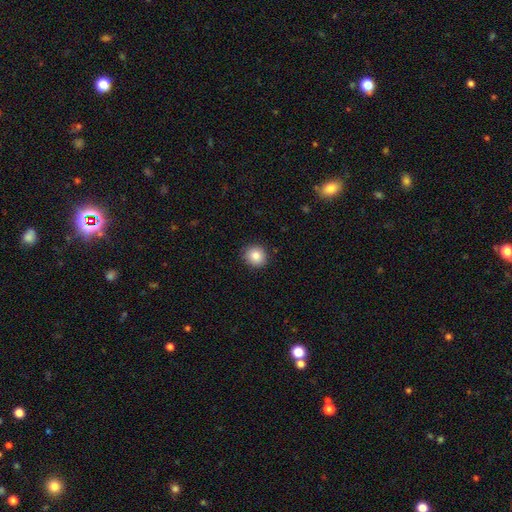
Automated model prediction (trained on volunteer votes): Smooth or featured: smooth — 85% (star or artifact — 9%)
How rounded: round — 85% (in between — 14%)
Merging: none — 90% (minor disturbance — 7%)